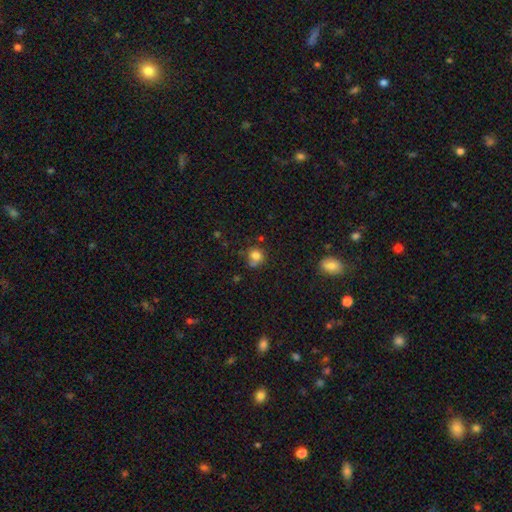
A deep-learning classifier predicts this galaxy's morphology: Smooth or featured? smooth (80%)
How rounded? round (84%)
Merging? none (60%)